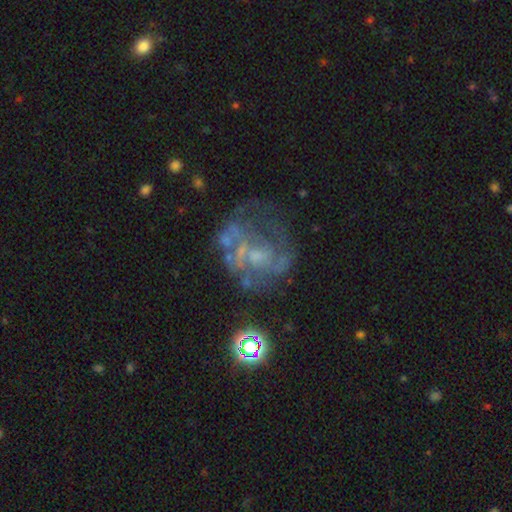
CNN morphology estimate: Smooth or featured? featured or disk (70%)
Edge-on disk? no (98%)
Bar? no (73%)
Spiral arms? yes (55%)
Bulge size? small (41%)
Merging? none (48%)